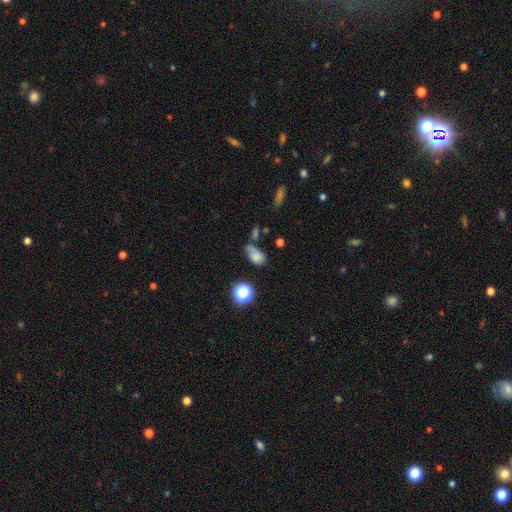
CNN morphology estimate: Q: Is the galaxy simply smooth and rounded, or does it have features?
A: smooth — 74%.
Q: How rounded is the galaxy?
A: in between — 83%.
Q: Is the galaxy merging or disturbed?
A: none — 38%.